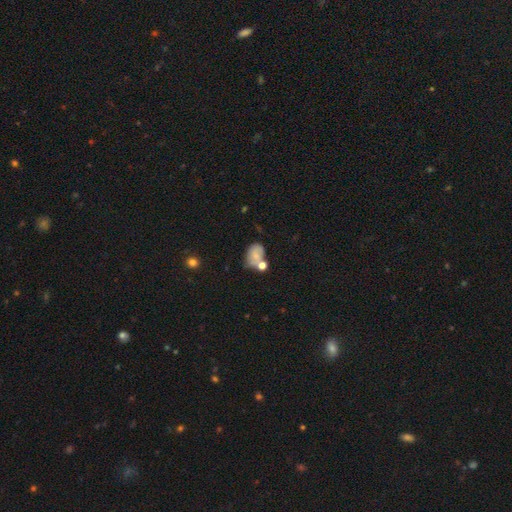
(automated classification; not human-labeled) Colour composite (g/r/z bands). It shows a smooth galaxy with no disk features (69%) that is in between round and cigar-shaped (74%). Merging: none (40%).